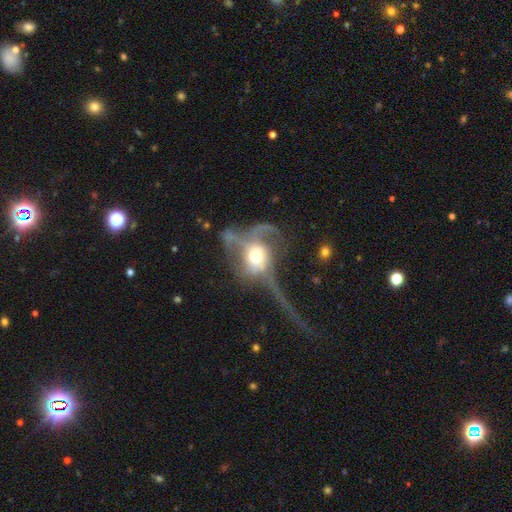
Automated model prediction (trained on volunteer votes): smooth-or-featured: featured or disk: 58% | smooth: 32% | star or artifact: 10%
  disk-edge-on: no: 86% | yes: 14%
  merging: major disturbance: 62% | none: 15% | minor disturbance: 12% | merger: 11%